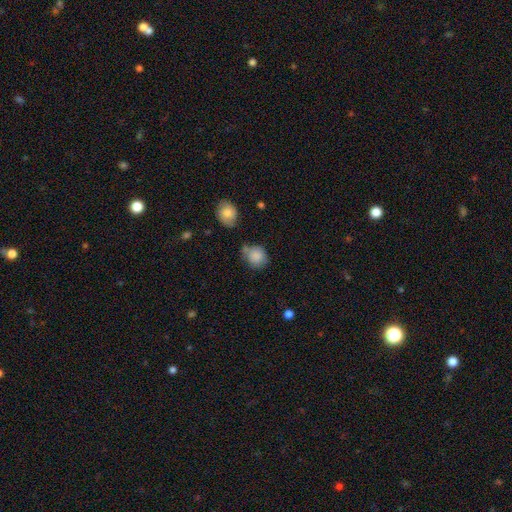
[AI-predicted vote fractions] Smooth or featured? smooth (86%)
How rounded? round (80%)
Merging? none (58%)